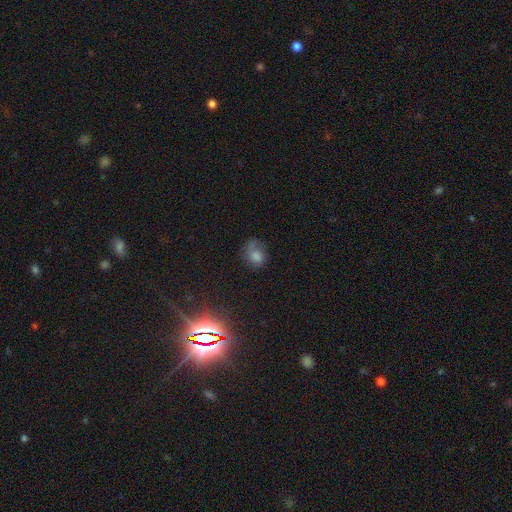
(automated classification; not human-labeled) A smooth galaxy with no disk features (50%) that is round (51%). Merging: none (48%).